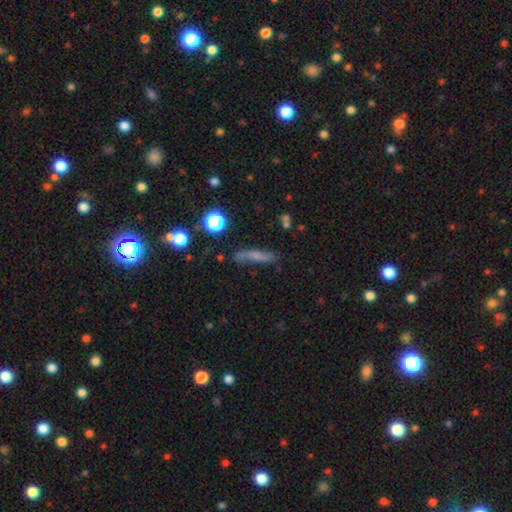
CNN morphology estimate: smooth-or-featured: smooth: 58% | featured or disk: 29% | star or artifact: 14%
  how-rounded: cigar-shaped: 75% | in between: 18% | round: 7%
  merging: none: 64% | minor disturbance: 22% | major disturbance: 8% | merger: 5%